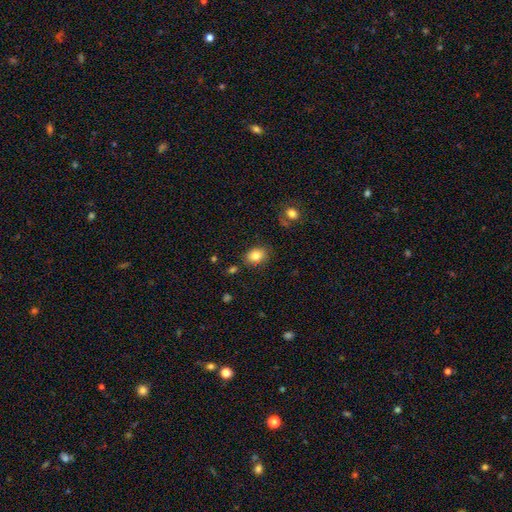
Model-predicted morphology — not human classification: Overall: smooth (82%). How rounded: in between (61%; round 38%). Merging: none (80%).